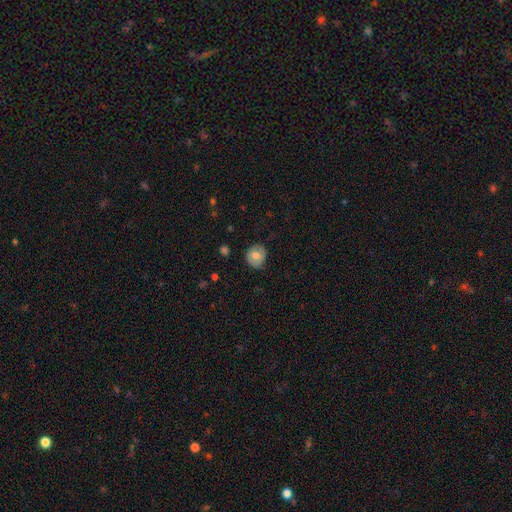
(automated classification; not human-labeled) Morphology: type=smooth (67%); roundness=round (82%); merging=none (81%).